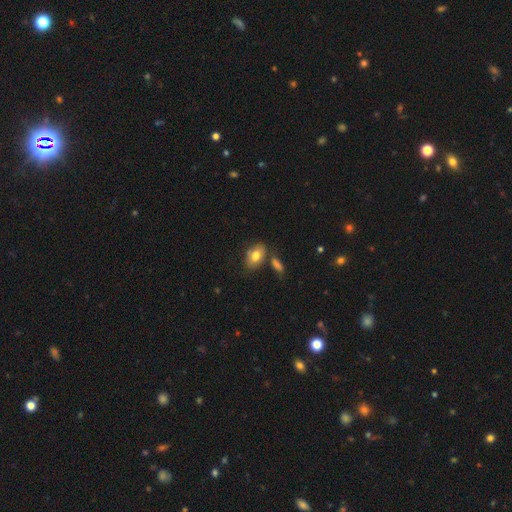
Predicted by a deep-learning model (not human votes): Smooth or featured? Predicted: smooth (p=0.78). How rounded? Predicted: in between (p=0.86). Merging? Predicted: none (p=0.68).